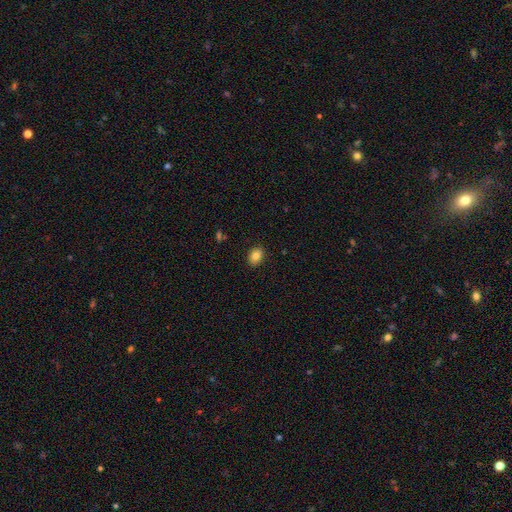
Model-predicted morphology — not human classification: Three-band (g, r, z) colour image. It shows a smooth galaxy with no disk features (84%) that is in between round and cigar-shaped (71%). Merging: none (89%).